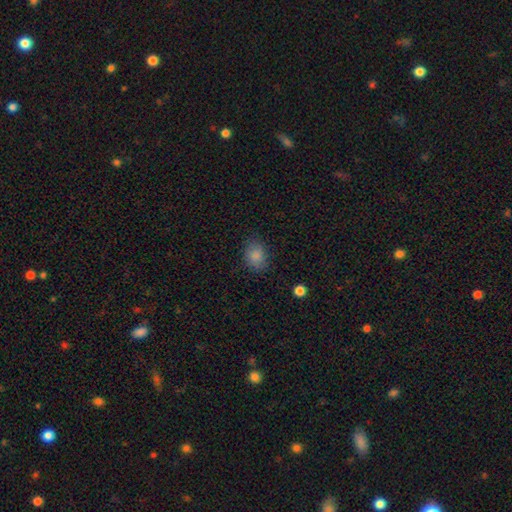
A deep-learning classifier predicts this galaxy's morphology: This is clearly a smooth galaxy (85%). How rounded: possibly in between (56%). Merging: likely none (77%).